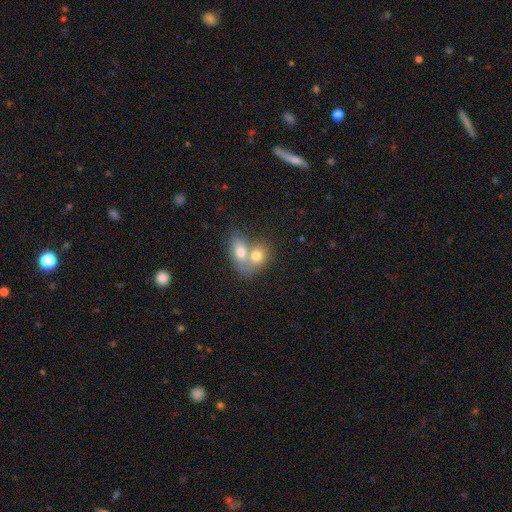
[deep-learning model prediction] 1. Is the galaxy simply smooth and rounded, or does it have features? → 67% smooth, 23% featured or disk, 10% star or artifact.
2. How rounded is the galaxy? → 68% in between, 29% round, 3% cigar-shaped.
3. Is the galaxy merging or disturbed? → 70% merger, 21% none, 6% minor disturbance, 3% major disturbance.